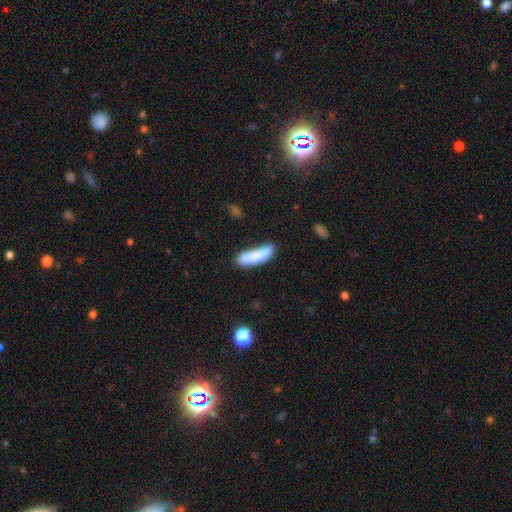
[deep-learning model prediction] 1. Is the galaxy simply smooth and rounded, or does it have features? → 74% smooth, 19% featured or disk, 7% star or artifact.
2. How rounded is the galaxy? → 59% cigar-shaped, 39% in between, 2% round.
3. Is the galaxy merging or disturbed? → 60% none, 22% minor disturbance, 12% merger, 6% major disturbance.